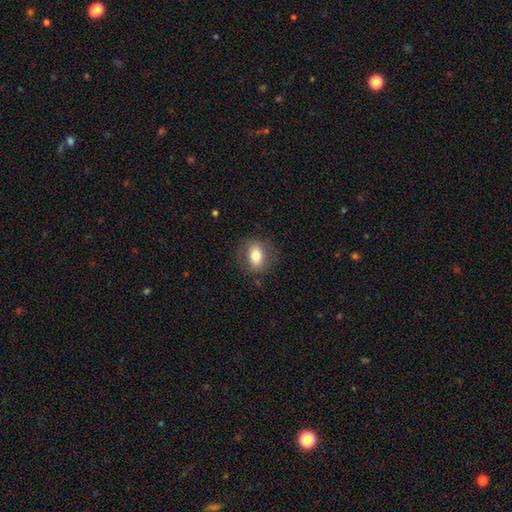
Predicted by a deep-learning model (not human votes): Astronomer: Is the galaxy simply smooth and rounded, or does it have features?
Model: smooth — 71%.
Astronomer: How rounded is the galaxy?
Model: in between — 64%.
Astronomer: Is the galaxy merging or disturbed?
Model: none — 78%.